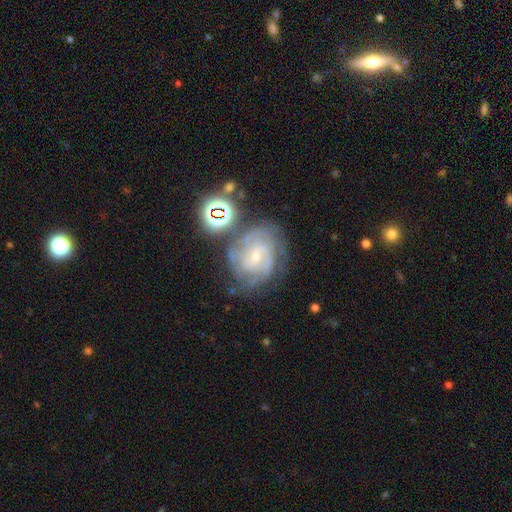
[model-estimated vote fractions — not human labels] Smooth or featured? Predicted: featured or disk (p=0.82). Edge-on disk? Predicted: no (p=0.97). Bar? Predicted: no (p=0.48). Spiral arms? Predicted: yes (p=0.96). Spiral winding? Predicted: tight (p=0.64). Spiral arm count? Predicted: 3 (p=0.28). Bulge size? Predicted: small (p=0.72). Merging? Predicted: none (p=0.65).